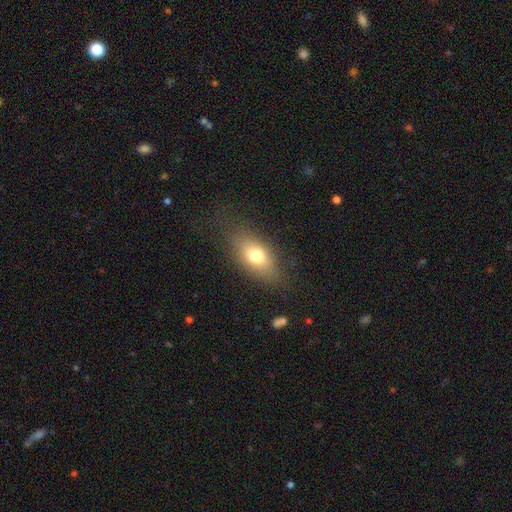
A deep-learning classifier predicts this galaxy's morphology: Q: Smooth or featured?
A: smooth (72%); runner-up: featured or disk (18%)
Q: How rounded?
A: in between (82%); runner-up: round (10%)
Q: Merging?
A: none (76%); runner-up: minor disturbance (15%)